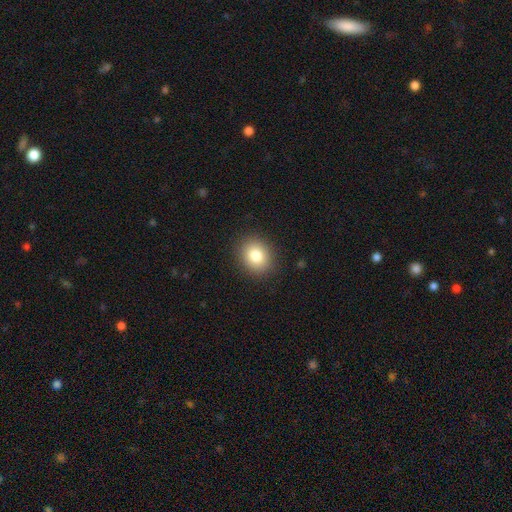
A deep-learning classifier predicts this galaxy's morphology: Smooth or featured? smooth (82%)
How rounded? round (62%)
Merging? none (90%)